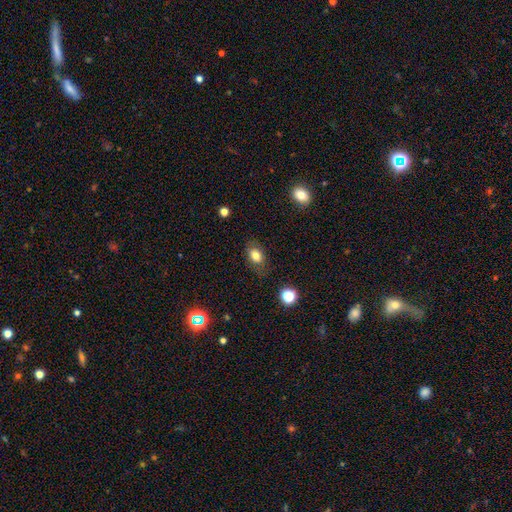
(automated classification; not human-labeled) A smooth galaxy with no disk features (79%) that is in between round and cigar-shaped (78%).

Vote fractions:
- Smooth or featured? smooth: 79% / featured or disk: 11% / star or artifact: 10%
- How rounded? in between: 78% / round: 20% / cigar-shaped: 1%
- Merging? none: 77% / minor disturbance: 16% / major disturbance: 5% / merger: 2%